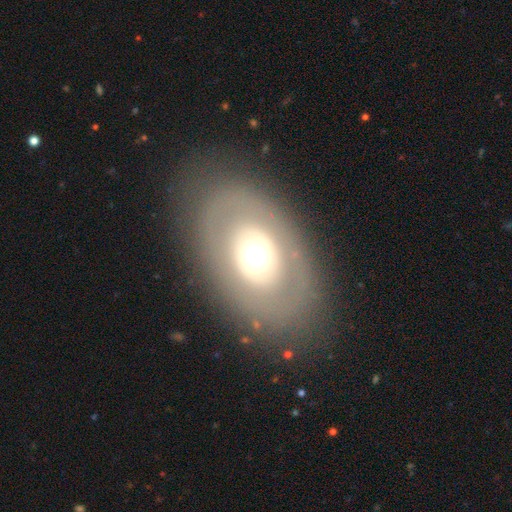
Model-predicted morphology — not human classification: This appears to be a featured or disk galaxy (47%). Merging: none (82%).